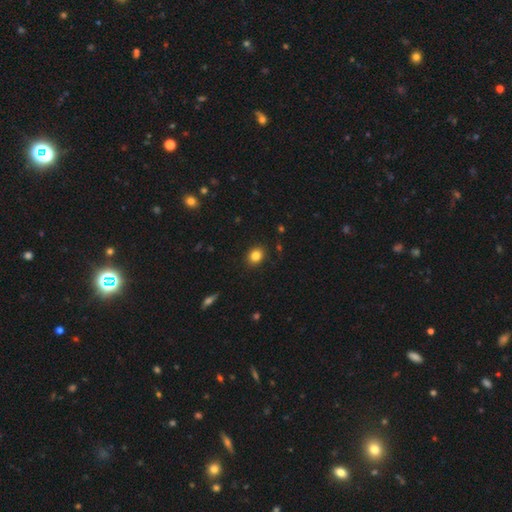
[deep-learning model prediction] Smooth or featured: smooth — 83% (star or artifact — 11%)
How rounded: round — 59% (in between — 40%)
Merging: none — 88% (minor disturbance — 8%)